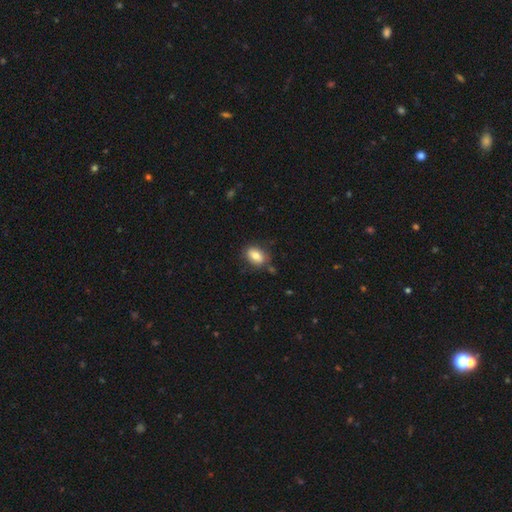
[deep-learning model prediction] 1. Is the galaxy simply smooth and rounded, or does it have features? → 80% smooth, 12% featured or disk, 8% star or artifact.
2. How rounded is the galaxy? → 82% in between, 16% round, 2% cigar-shaped.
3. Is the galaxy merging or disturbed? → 76% none, 16% minor disturbance, 4% merger, 4% major disturbance.